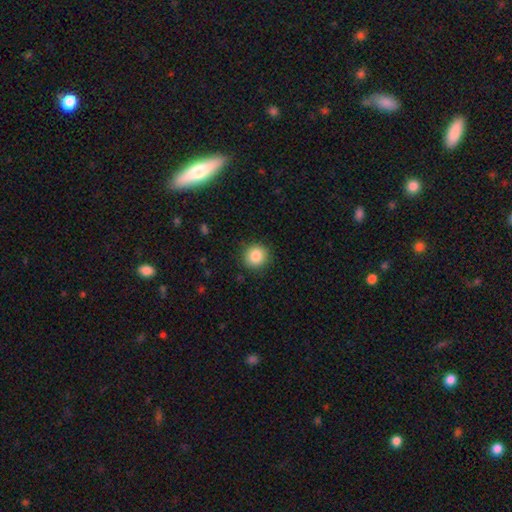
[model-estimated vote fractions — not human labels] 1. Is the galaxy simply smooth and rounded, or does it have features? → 85% smooth, 9% star or artifact, 6% featured or disk.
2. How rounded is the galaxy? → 92% round, 7% in between, 1% cigar-shaped.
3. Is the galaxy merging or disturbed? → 90% none, 7% minor disturbance, 2% major disturbance, 1% merger.